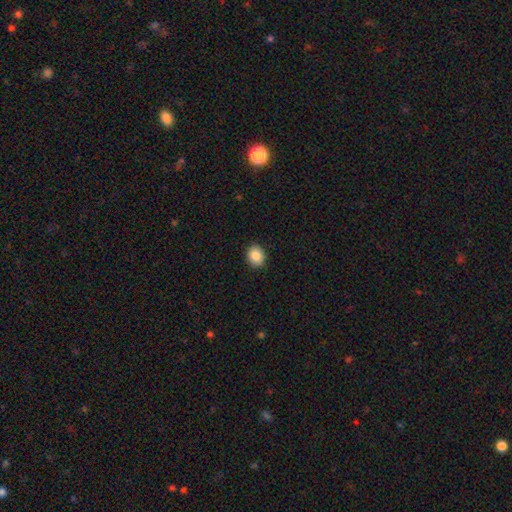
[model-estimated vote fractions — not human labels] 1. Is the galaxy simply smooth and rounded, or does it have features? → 88% smooth, 8% star or artifact, 4% featured or disk.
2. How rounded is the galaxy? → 52% round, 47% in between, 1% cigar-shaped.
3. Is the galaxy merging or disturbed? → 90% none, 7% minor disturbance, 2% major disturbance, 1% merger.